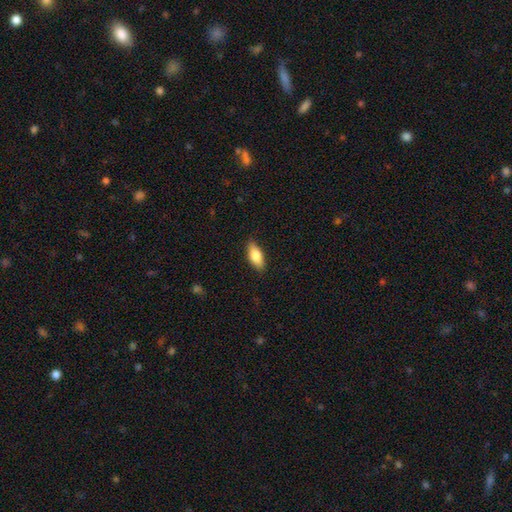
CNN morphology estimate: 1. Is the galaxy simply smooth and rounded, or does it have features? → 80% smooth, 14% featured or disk, 6% star or artifact.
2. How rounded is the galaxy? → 83% in between, 14% cigar-shaped, 3% round.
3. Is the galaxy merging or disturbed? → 86% none, 11% minor disturbance, 2% major disturbance, 1% merger.